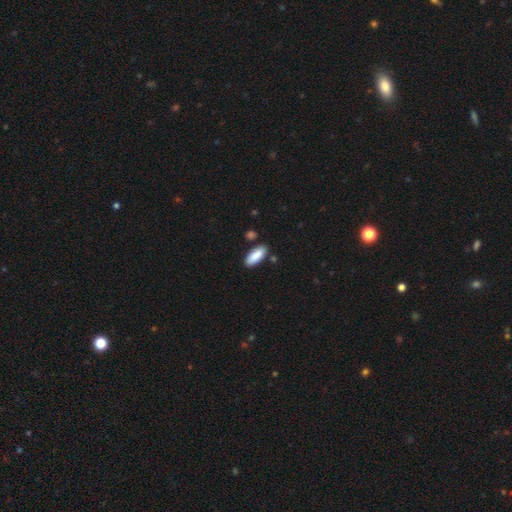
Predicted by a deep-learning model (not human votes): Overall: smooth (89%). How rounded: in between (80%). Merging: none (84%).